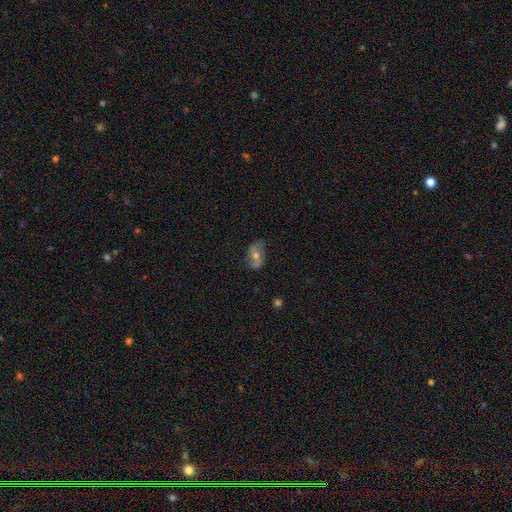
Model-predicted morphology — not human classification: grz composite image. It shows a featured or disk galaxy (58%) with no bar (64%), spiral arms (72%) and a moderate central bulge (71%). Merging: none (71%).